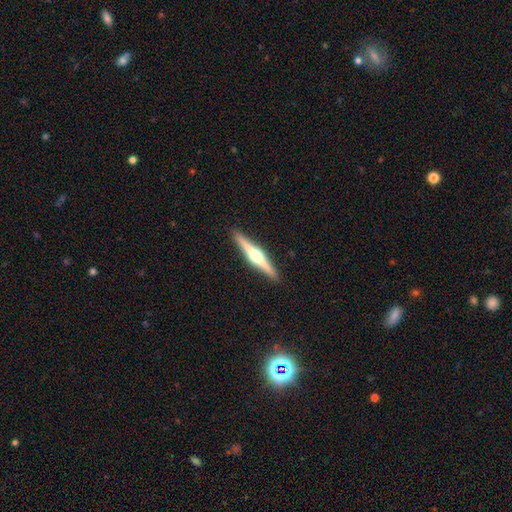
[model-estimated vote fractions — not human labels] A featured or disk galaxy (76%) viewed edge-on (98%) with a rounded central bulge (94%). Merging: none (92%).